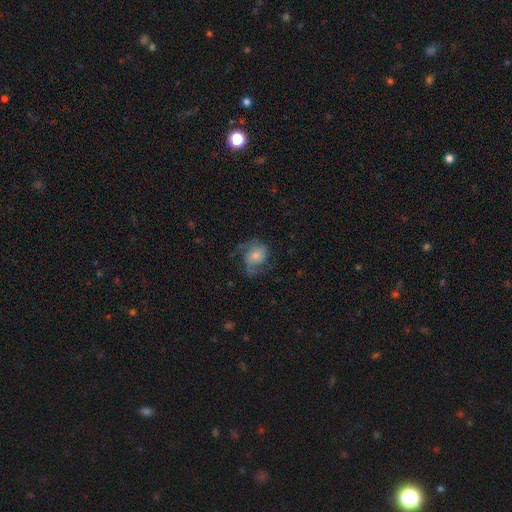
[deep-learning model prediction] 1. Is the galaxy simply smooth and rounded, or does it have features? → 62% featured or disk, 30% smooth, 8% star or artifact.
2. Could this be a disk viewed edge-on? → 97% no, 3% yes.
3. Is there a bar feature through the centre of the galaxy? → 69% no, 25% weak, 6% strong.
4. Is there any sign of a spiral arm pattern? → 88% yes, 12% no.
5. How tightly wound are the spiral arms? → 45% medium, 39% loose, 16% tight.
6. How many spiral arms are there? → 80% 2, 7% can't tell, 6% 1, 4% 3, 2% 4, 2% more than 4.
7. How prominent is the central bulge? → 52% small, 29% moderate, 8% large, 7% none, 3% dominant.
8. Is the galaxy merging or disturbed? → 56% none, 21% major disturbance, 21% minor disturbance, 2% merger.